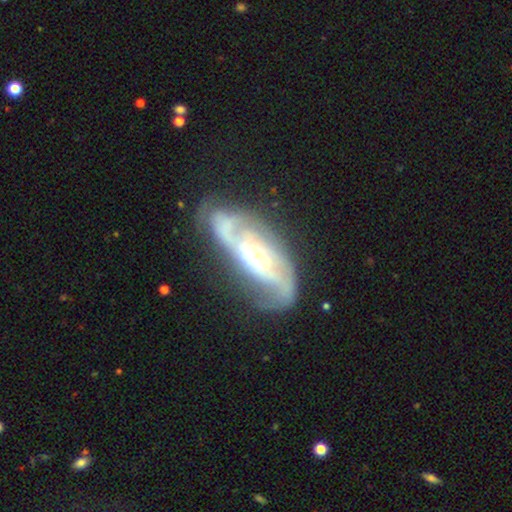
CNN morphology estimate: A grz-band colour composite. It shows a featured or disk galaxy (85%) with no bar (42%), 2 (54%) medium (42%, tied with tight) spiral arms (93%) and a moderate central bulge (59%). Merging: none (60%).